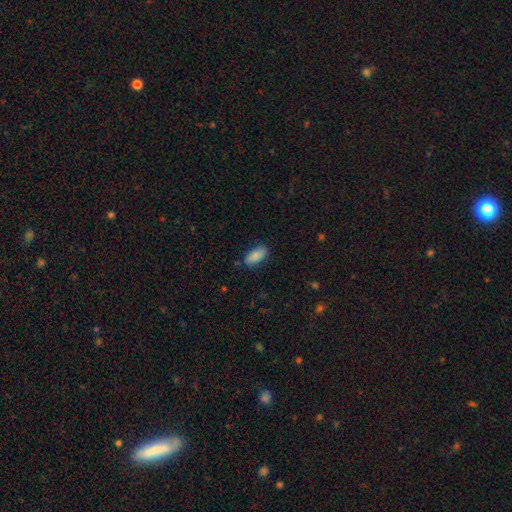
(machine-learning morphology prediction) Overall: smooth (87%). How rounded: in between (88%). Merging: none (81%).